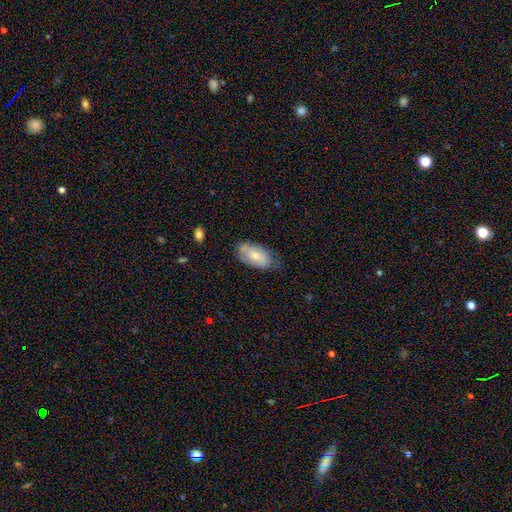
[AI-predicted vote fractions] smooth-or-featured: smooth: 64% | featured or disk: 30% | star or artifact: 6%
  how-rounded: in between: 93% | cigar-shaped: 4% | round: 3%
  merging: none: 60% | minor disturbance: 30% | major disturbance: 6% | merger: 4%